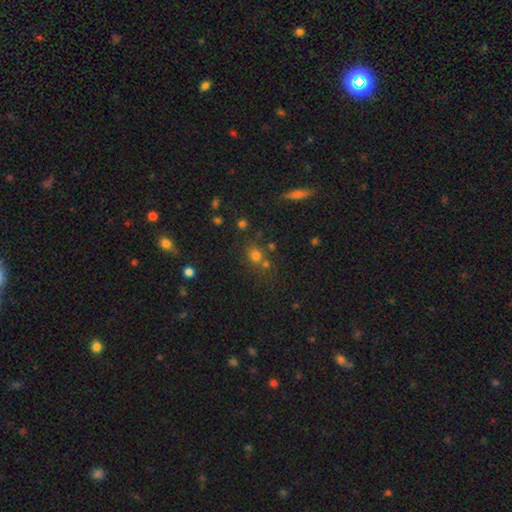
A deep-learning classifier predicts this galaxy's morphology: smooth 69%, star or artifact 21%, featured or disk 9%. Down the decision tree: how rounded — round (71%); merging — none (59%).